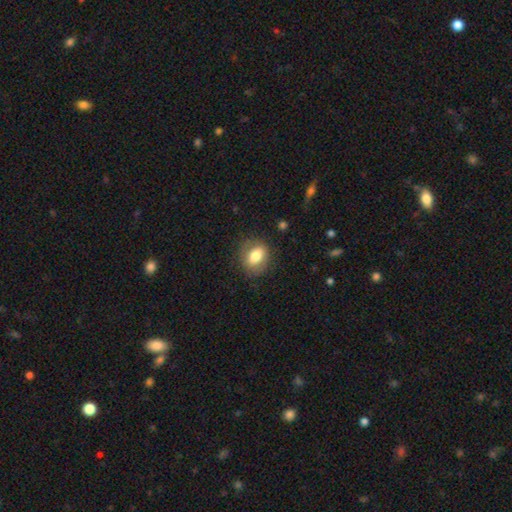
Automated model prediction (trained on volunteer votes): Smooth or featured: smooth — 75% (featured or disk — 18%)
How rounded: in between — 63% (round — 36%)
Merging: none — 79% (minor disturbance — 15%)